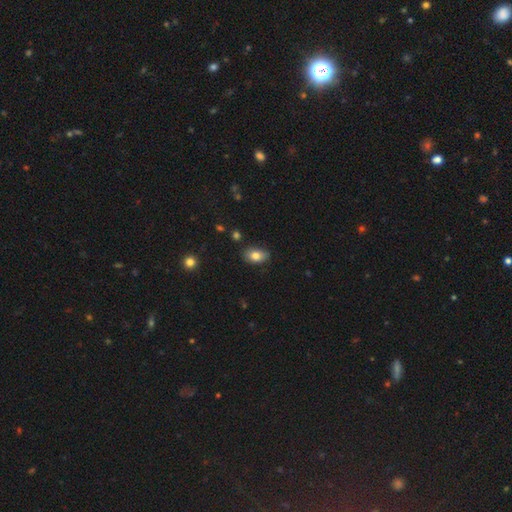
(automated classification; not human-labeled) Smooth or featured? Predicted: smooth (p=0.81). How rounded? Predicted: in between (p=0.86). Merging? Predicted: none (p=0.80).